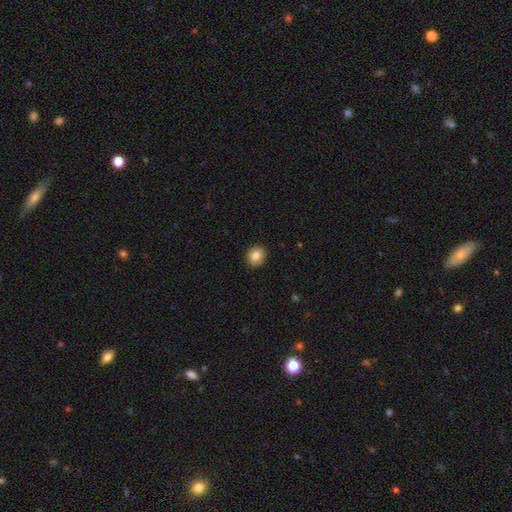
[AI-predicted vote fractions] This is clearly a smooth galaxy (85%). How rounded: likely round (64%). Merging: clearly none (90%).